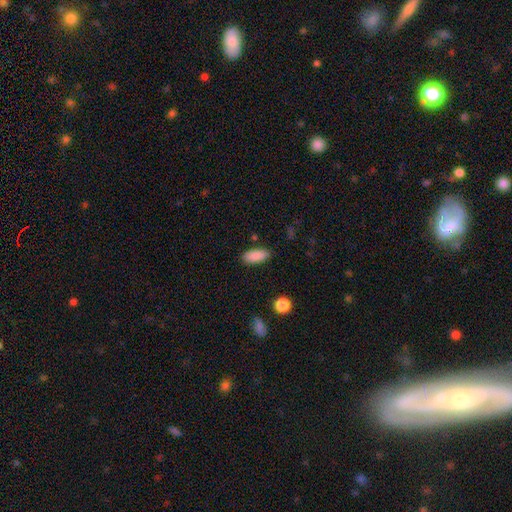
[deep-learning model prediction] smooth-or-featured: smooth: 88% | star or artifact: 7% | featured or disk: 5%
  how-rounded: in between: 86% | cigar-shaped: 12% | round: 2%
  merging: none: 85% | minor disturbance: 11% | major disturbance: 3% | merger: 2%